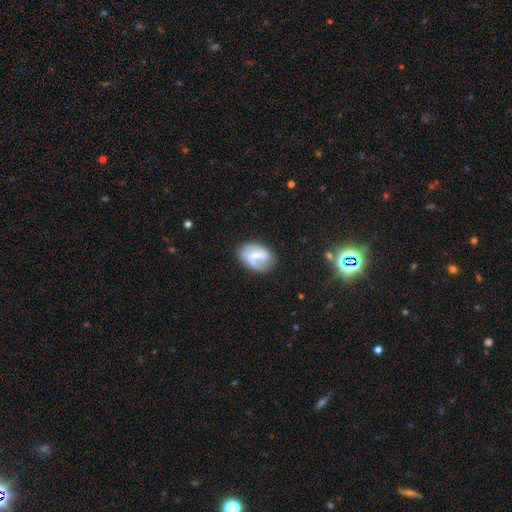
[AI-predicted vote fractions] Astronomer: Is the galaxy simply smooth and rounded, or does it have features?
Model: featured or disk — 53% (runner-up: smooth, 40%).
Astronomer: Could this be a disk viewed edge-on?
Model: no — 96%.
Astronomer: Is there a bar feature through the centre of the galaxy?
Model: weak — 44% (runner-up: strong, 29%).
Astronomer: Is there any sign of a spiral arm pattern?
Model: yes — 67%.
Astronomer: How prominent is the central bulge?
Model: small — 42% (runner-up: moderate, 33%).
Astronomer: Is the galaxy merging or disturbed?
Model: none — 61%.